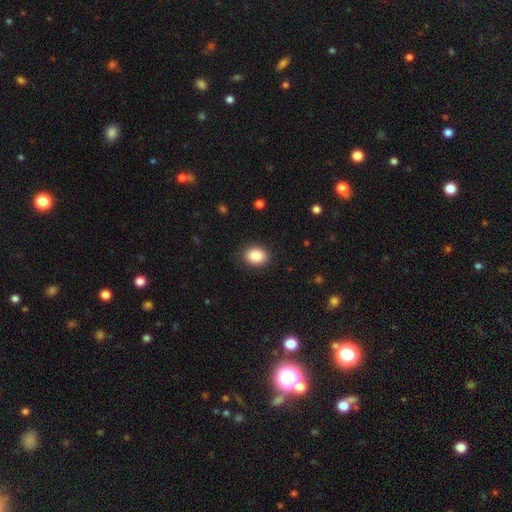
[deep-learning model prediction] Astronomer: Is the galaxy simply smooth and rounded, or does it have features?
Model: smooth — 87%.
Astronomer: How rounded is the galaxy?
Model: in between — 63%.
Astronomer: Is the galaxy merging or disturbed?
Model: none — 87%.